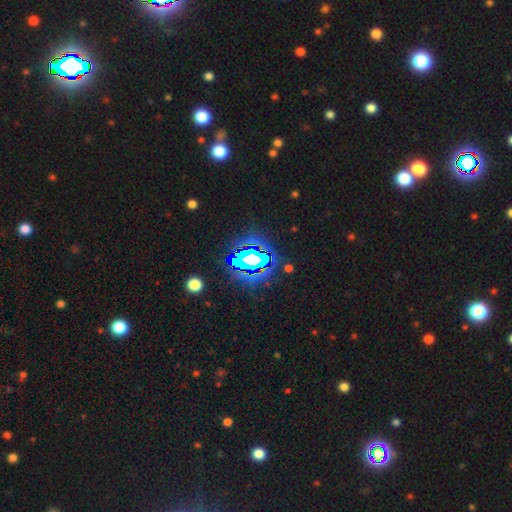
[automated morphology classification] A star or artifact, not a galaxy (74%).

Vote fractions:
- Smooth or featured? star or artifact: 74% / smooth: 13% / featured or disk: 12%